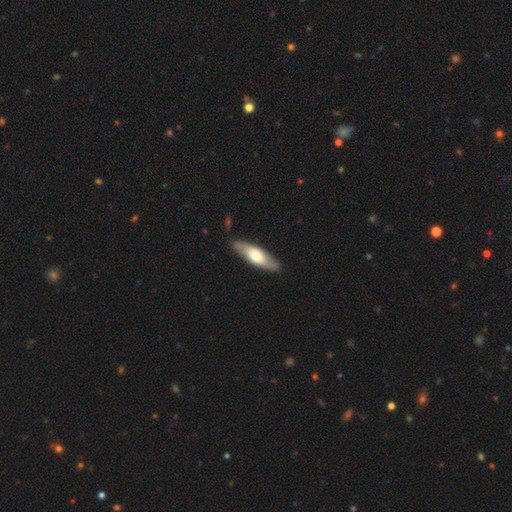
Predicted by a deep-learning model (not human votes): This is possibly a smooth galaxy (56%). How rounded: possibly cigar-shaped (53%). Merging: clearly none (86%).